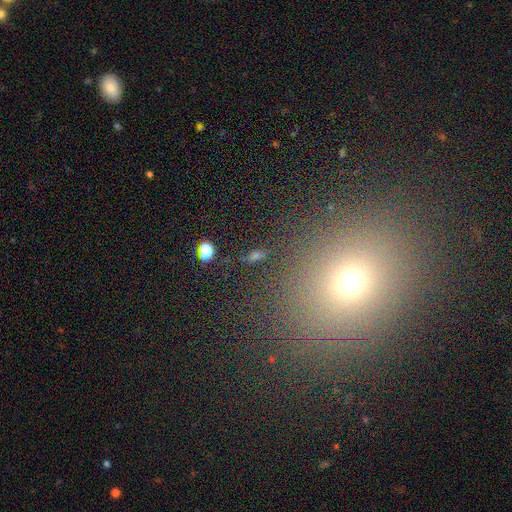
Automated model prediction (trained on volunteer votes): smooth_or_featured: smooth (p=0.58) [alt: star or artifact p=0.29]
how_rounded: in between (p=0.70) [alt: round p=0.15]
merging: none (p=0.80) [alt: minor disturbance p=0.10]